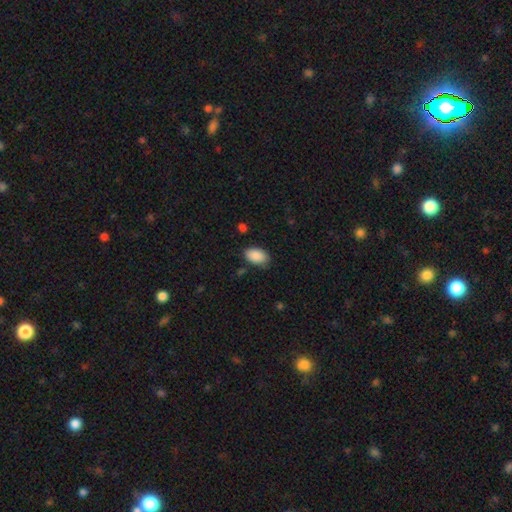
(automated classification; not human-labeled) Smooth or featured? Predicted: smooth (p=0.89). How rounded? Predicted: in between (p=0.93). Merging? Predicted: none (p=0.79).